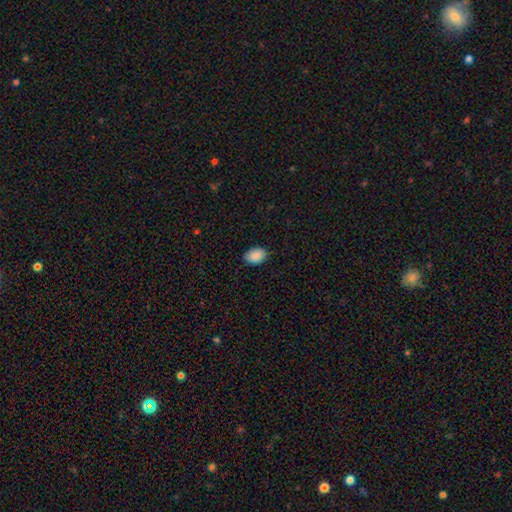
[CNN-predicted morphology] Smooth or featured?
  - smooth: 90% *
  - star or artifact: 7%
  - featured or disk: 3%
How rounded?
  - in between: 83% *
  - round: 15%
  - cigar-shaped: 1%
Merging?
  - none: 84% *
  - minor disturbance: 13%
  - major disturbance: 2%
  - merger: 1%